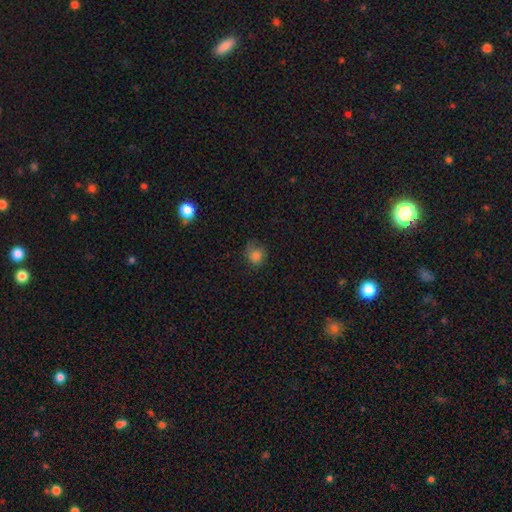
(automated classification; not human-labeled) smooth 81%, star or artifact 12%, featured or disk 8%. Down the decision tree: how rounded — round (78%); merging — none (59%).